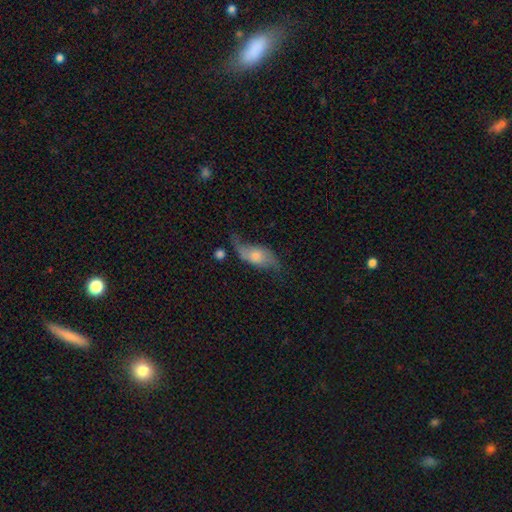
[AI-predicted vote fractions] A featured or disk galaxy (61%) with no bar (68%), spiral arms (85%) and a moderate central bulge (49%).

Vote fractions:
- Smooth or featured? featured or disk: 61% / smooth: 31% / star or artifact: 8%
- Edge-on disk? no: 87% / yes: 13%
- Bar? no: 68% / weak: 26% / strong: 6%
- Spiral arms? yes: 85% / no: 15%
- Bulge size? moderate: 49% / small: 32% / large: 11% / none: 6% / dominant: 2%
- Merging? none: 49% / minor disturbance: 27% / major disturbance: 19% / merger: 5%